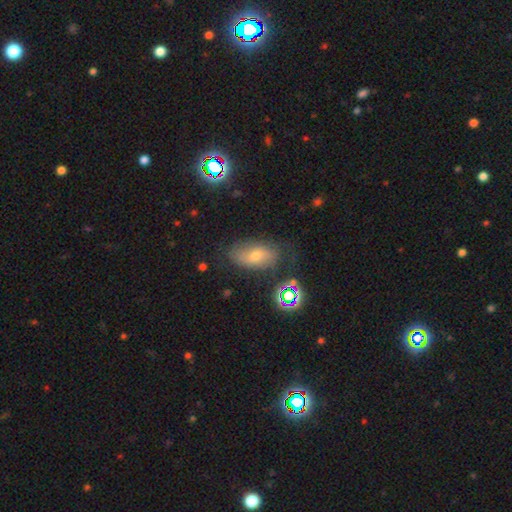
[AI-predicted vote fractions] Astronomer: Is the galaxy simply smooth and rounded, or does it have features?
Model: smooth — 50% (runner-up: featured or disk, 34%).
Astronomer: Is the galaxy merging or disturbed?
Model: none — 64%.